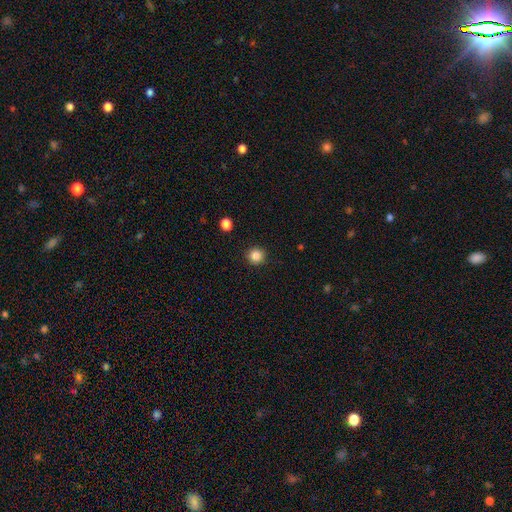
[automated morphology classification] Smooth or featured: smooth — 86% (star or artifact — 11%)
How rounded: round — 95% (in between — 4%)
Merging: none — 92% (minor disturbance — 5%)